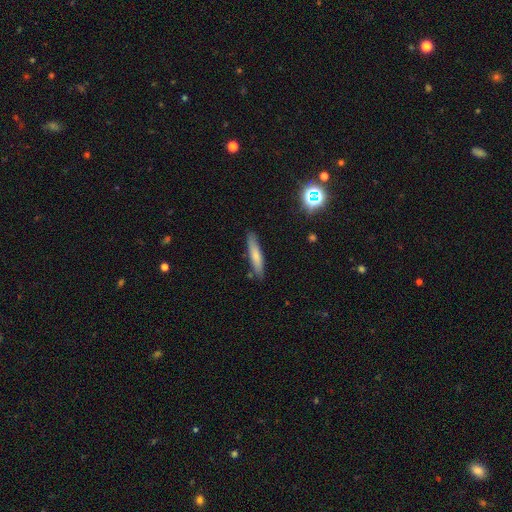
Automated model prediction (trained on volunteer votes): Overall: smooth (71%). How rounded: cigar-shaped (86%). Merging: none (84%).